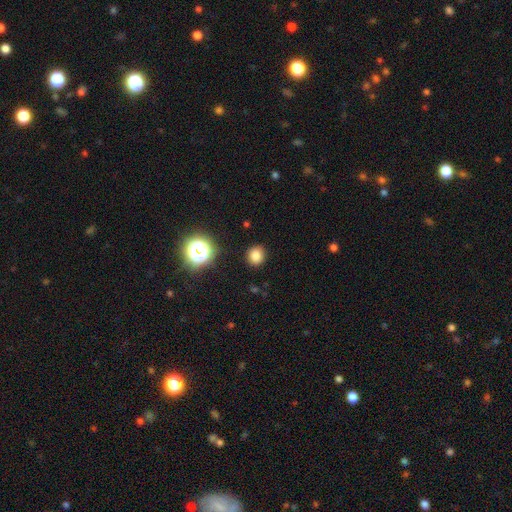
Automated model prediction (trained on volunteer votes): A smooth galaxy with no disk features (80%) that is round (85%).

Vote fractions:
- Smooth or featured? smooth: 80% / star or artifact: 16% / featured or disk: 5%
- How rounded? round: 85% / in between: 14% / cigar-shaped: 1%
- Merging? none: 89% / minor disturbance: 7% / major disturbance: 2% / merger: 1%